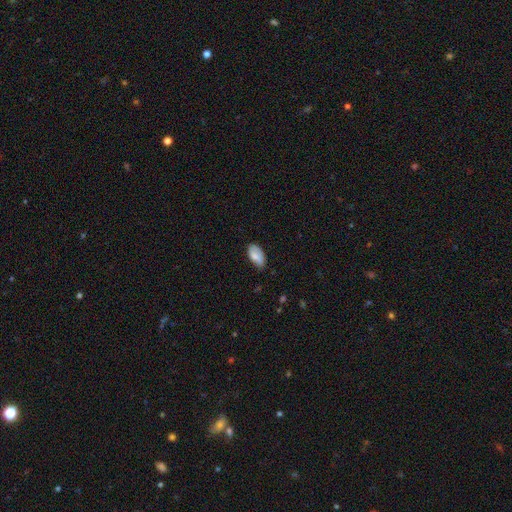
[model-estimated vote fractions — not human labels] A smooth galaxy with no disk features (77%) that is in between round and cigar-shaped (94%).

Vote fractions:
- Smooth or featured? smooth: 77% / featured or disk: 16% / star or artifact: 7%
- How rounded? in between: 94% / cigar-shaped: 3% / round: 3%
- Merging? none: 68% / minor disturbance: 27% / major disturbance: 4% / merger: 1%